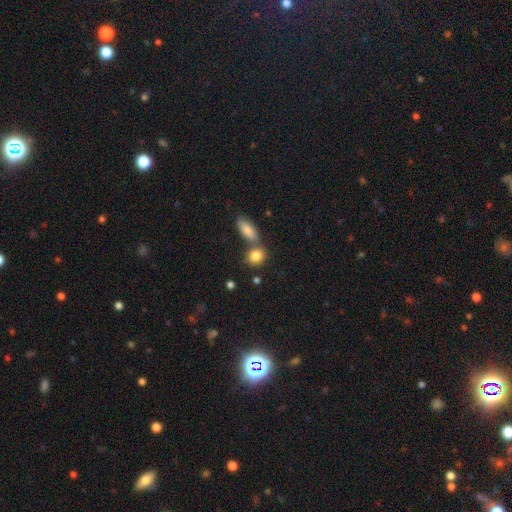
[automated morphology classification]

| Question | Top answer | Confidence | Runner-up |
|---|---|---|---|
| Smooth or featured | smooth | 84% | star or artifact (8%) |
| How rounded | round | 56% | in between (40%) |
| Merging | none | 53% | merger (33%) |